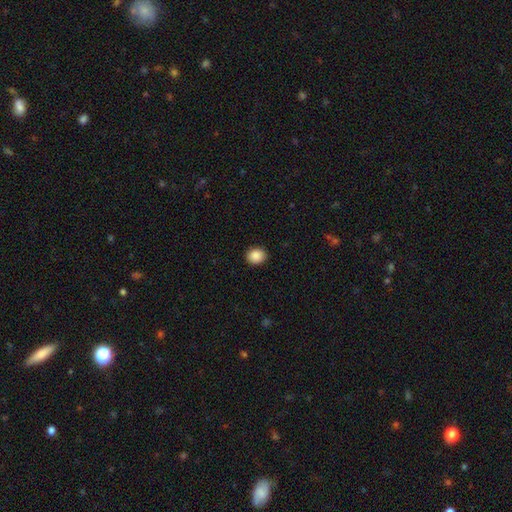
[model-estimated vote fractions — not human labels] smooth_or_featured: smooth (p=0.89) [alt: star or artifact p=0.08]
how_rounded: round (p=0.67) [alt: in between p=0.33]
merging: none (p=0.91) [alt: minor disturbance p=0.06]